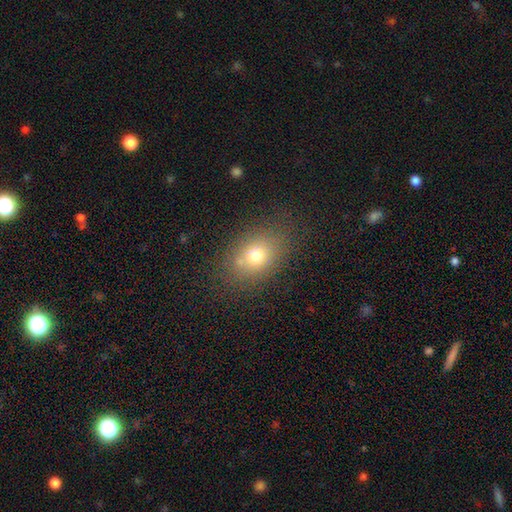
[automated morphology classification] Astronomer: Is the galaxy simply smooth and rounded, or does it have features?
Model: smooth — 70%.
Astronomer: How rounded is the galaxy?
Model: in between — 63%.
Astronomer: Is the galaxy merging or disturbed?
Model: none — 75%.